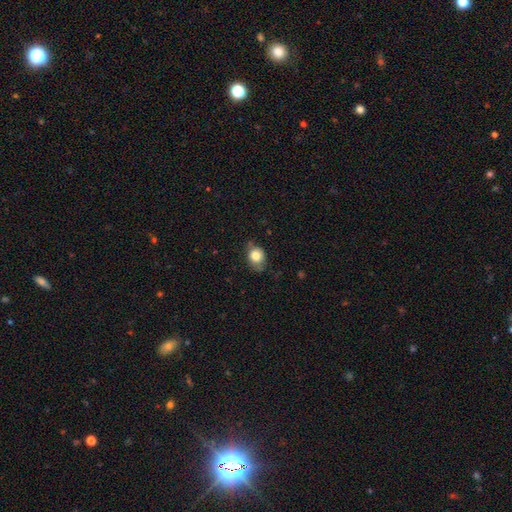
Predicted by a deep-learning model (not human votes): The model was most divided on "how rounded": round: 50%, in between: 49%, cigar-shaped: 1%. More confident: smooth or featured — smooth (79%); merging — none (68%).